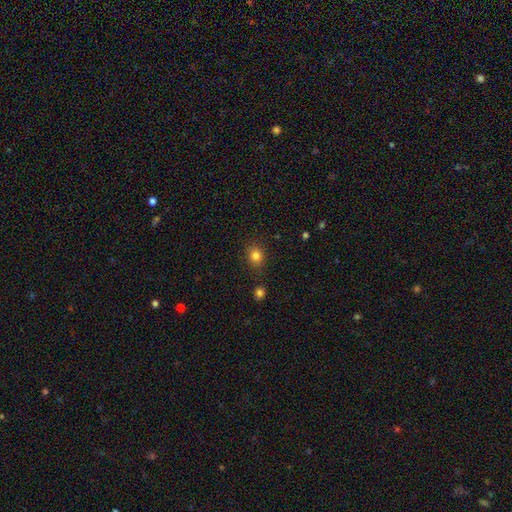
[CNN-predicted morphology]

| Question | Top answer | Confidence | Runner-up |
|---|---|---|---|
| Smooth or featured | smooth | 82% | star or artifact (13%) |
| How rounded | round | 74% | in between (25%) |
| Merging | none | 84% | minor disturbance (10%) |